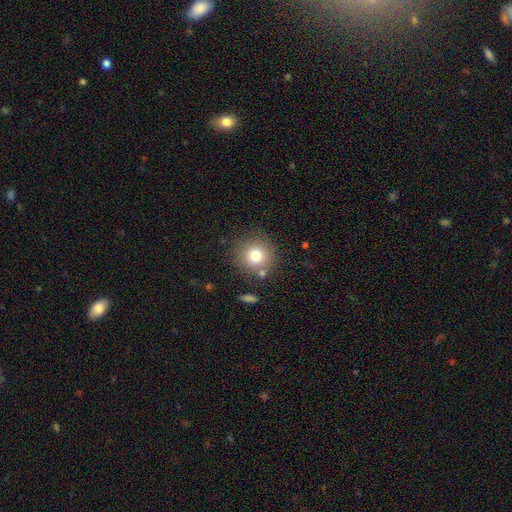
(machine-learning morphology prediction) type=smooth (78%); roundness=round (91%); merging=none (79%).